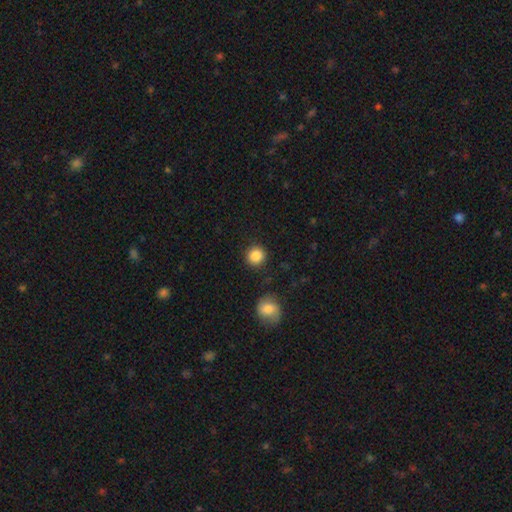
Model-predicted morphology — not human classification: smooth_or_featured: smooth (p=0.87) [alt: star or artifact p=0.09]
how_rounded: round (p=0.93) [alt: in between p=0.06]
merging: none (p=0.89) [alt: minor disturbance p=0.07]